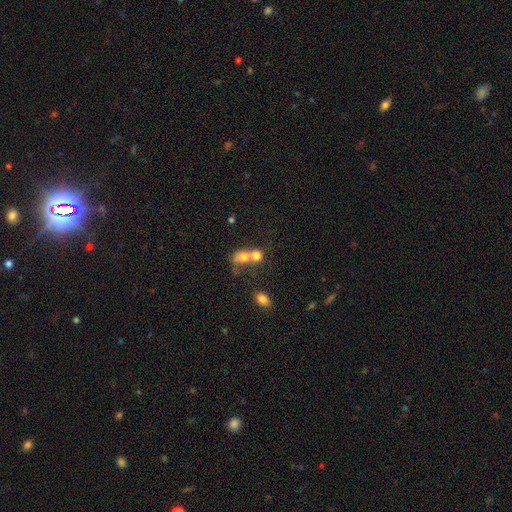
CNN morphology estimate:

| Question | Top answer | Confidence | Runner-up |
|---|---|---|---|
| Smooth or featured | smooth | 74% | featured or disk (15%) |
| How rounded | round | 59% | in between (39%) |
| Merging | merger | 66% | none (23%) |